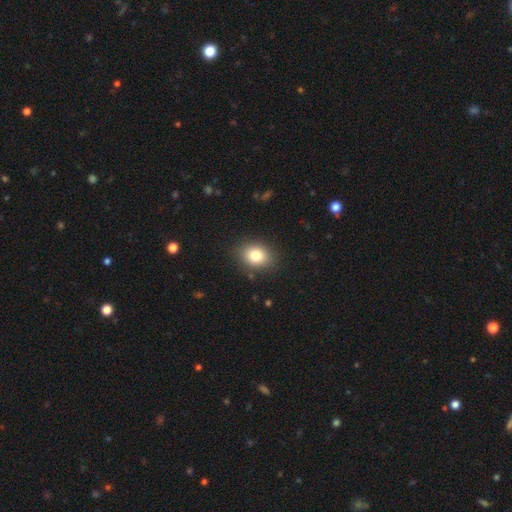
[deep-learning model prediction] Smooth or featured: smooth — 81% (star or artifact — 10%)
How rounded: in between — 54% (round — 45%)
Merging: none — 87% (minor disturbance — 9%)